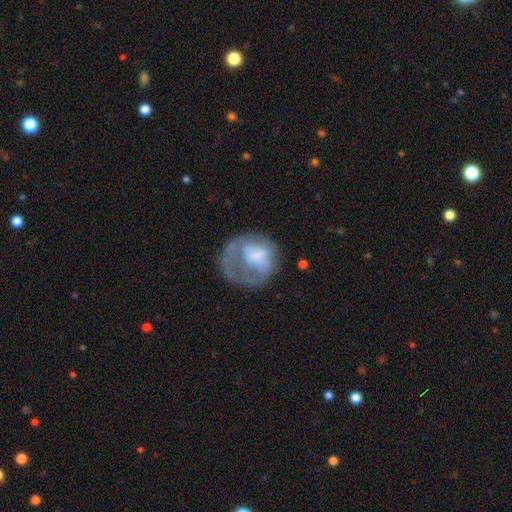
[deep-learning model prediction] This appears to be a smooth galaxy with no disk features (47%). Merging: major disturbance (45%).